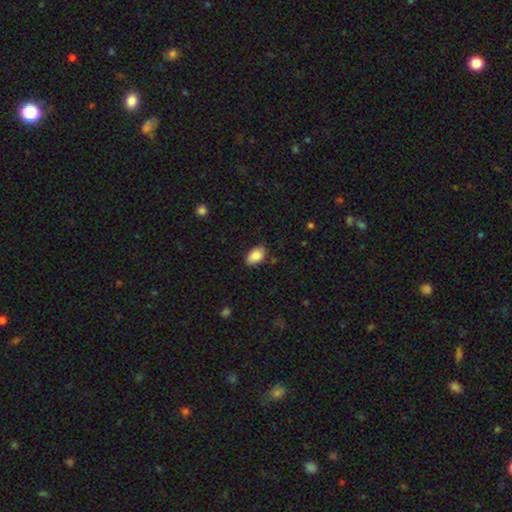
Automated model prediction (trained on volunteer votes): smooth-or-featured: smooth: 87% | star or artifact: 7% | featured or disk: 6%
  how-rounded: in between: 92% | round: 7% | cigar-shaped: 1%
  merging: none: 81% | minor disturbance: 15% | major disturbance: 3% | merger: 1%